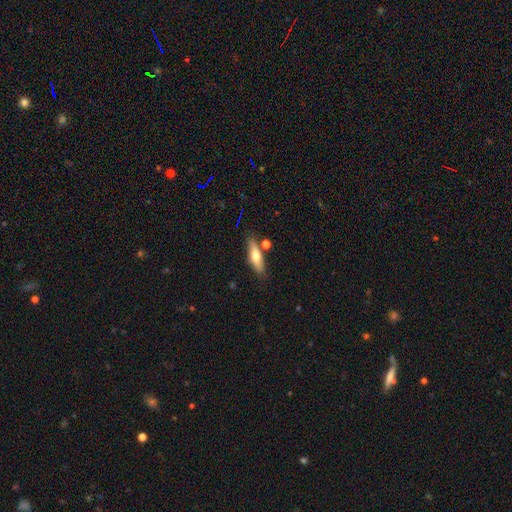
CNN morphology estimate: Smooth or featured?
  - smooth: 55% *
  - featured or disk: 39%
  - star or artifact: 6%
How rounded?
  - cigar-shaped: 59% *
  - in between: 38%
  - round: 3%
Merging?
  - none: 79% *
  - minor disturbance: 11%
  - merger: 7%
  - major disturbance: 3%